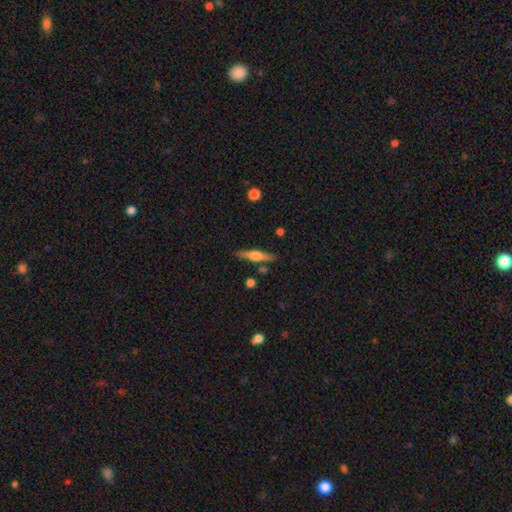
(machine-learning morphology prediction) A featured or disk galaxy (59%) viewed edge-on (96%) with a rounded central bulge (85%). Merging: none (85%).